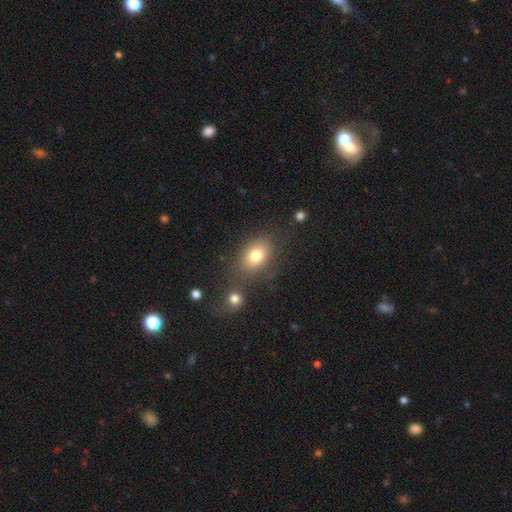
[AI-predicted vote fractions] This is likely a smooth galaxy (78%). How rounded: likely in between (71%). Merging: likely none (66%).